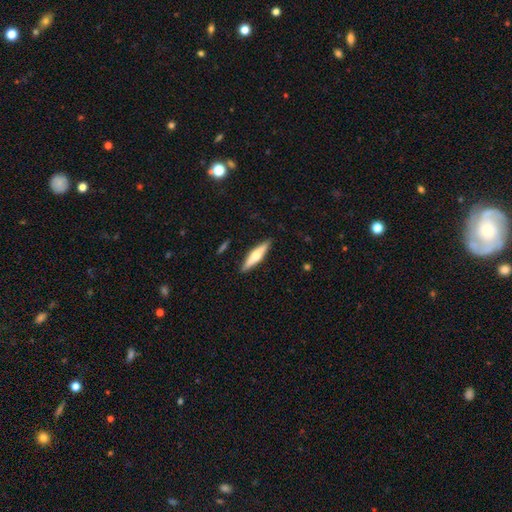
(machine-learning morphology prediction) Smooth or featured? Predicted: featured or disk (p=0.55). Edge-on disk? Predicted: yes (p=0.95). Edge-on bulge? Predicted: rounded (p=0.93). Merging? Predicted: none (p=0.90).